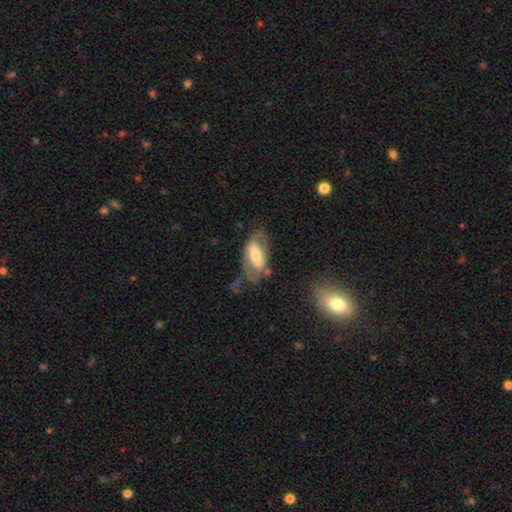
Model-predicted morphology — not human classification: Smooth or featured? featured or disk (59%)
Edge-on disk? no (88%)
Bar? strong (50%)
Spiral arms? yes (61%)
Bulge size? moderate (47%)
Merging? none (50%)